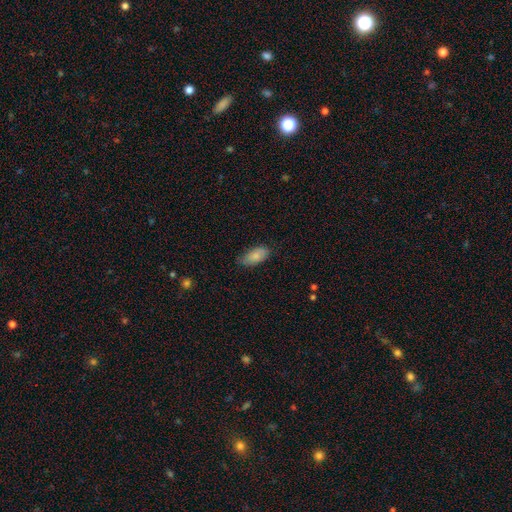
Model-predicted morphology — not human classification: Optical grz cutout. It shows a smooth galaxy with no disk features (82%) that is in between round and cigar-shaped (93%). Merging: none (72%).